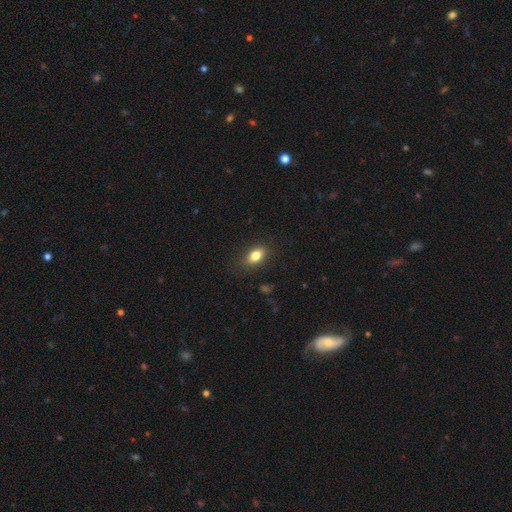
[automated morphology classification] Smooth or featured: smooth — 81% (featured or disk — 10%)
How rounded: in between — 85% (round — 11%)
Merging: none — 85% (minor disturbance — 11%)